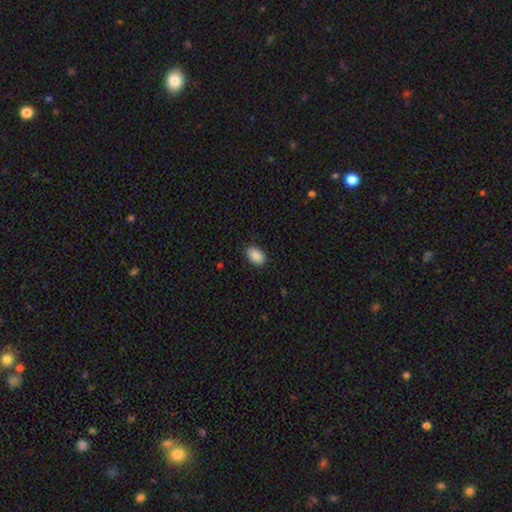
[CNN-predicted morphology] This appears to be a smooth galaxy with no disk features (90%) that is in between round and cigar-shaped (90%). Merging: none (88%).